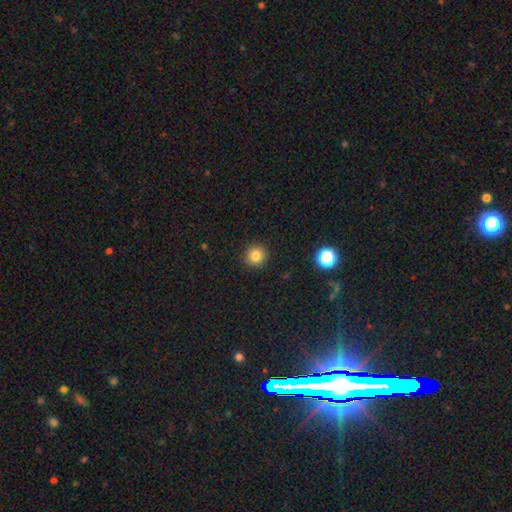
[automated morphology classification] type=smooth (82%); roundness=round (93%); merging=none (92%).